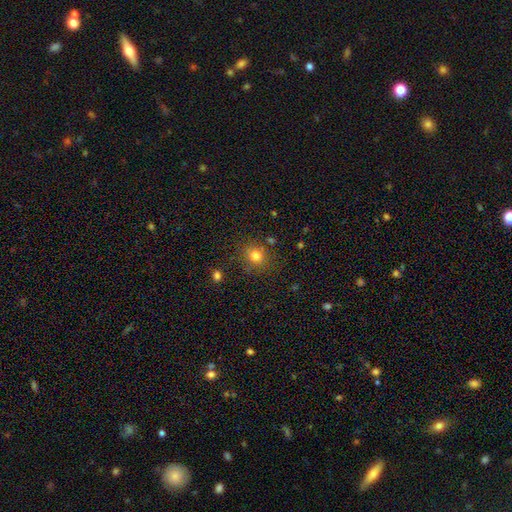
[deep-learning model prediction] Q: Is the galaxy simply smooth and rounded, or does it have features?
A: smooth — 79%.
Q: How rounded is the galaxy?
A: round — 78%.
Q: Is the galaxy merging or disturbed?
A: none — 80%.